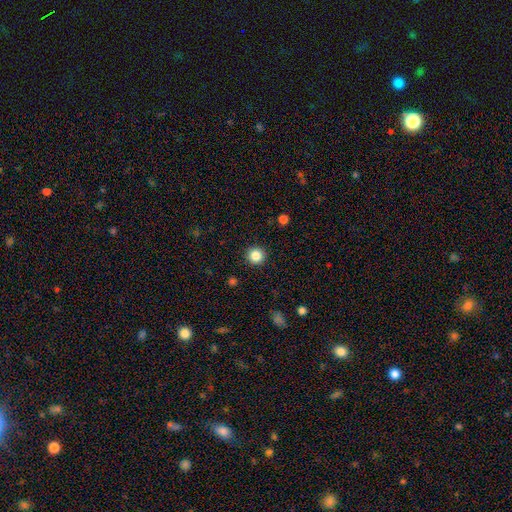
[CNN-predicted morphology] This is clearly a smooth galaxy (85%). How rounded: clearly round (96%). Merging: clearly none (93%).